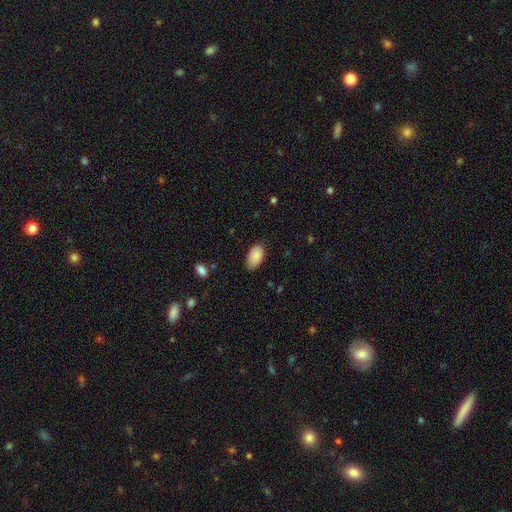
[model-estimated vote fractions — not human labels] Smooth or featured? smooth (89%)
How rounded? in between (95%)
Merging? none (79%)